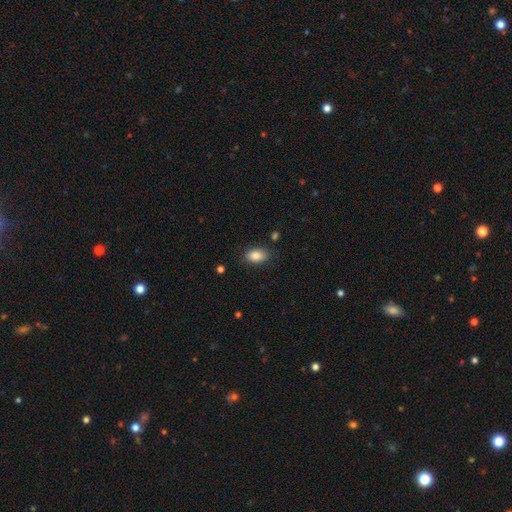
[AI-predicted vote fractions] Smooth or featured: smooth — 86% (star or artifact — 8%)
How rounded: in between — 90% (round — 8%)
Merging: none — 82% (minor disturbance — 13%)